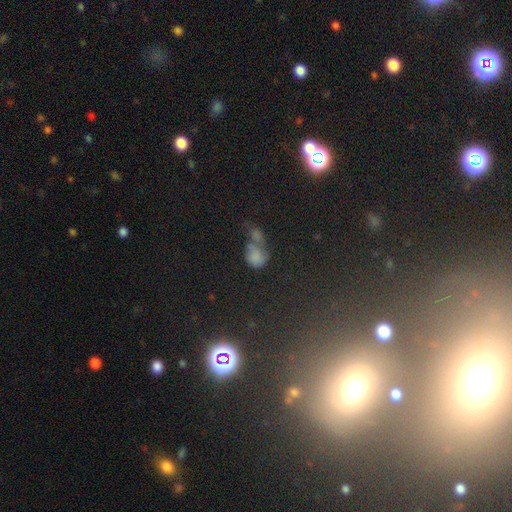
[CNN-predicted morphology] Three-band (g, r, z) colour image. It shows a smooth galaxy with no disk features (62%) that is in between round and cigar-shaped (57%). Merging: merger (54%).